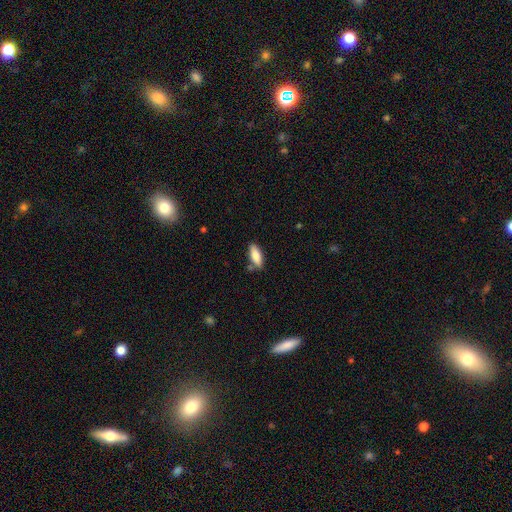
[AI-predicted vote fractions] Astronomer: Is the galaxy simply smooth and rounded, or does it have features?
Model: smooth — 83%.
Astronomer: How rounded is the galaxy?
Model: in between — 71%.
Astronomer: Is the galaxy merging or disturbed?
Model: none — 80%.